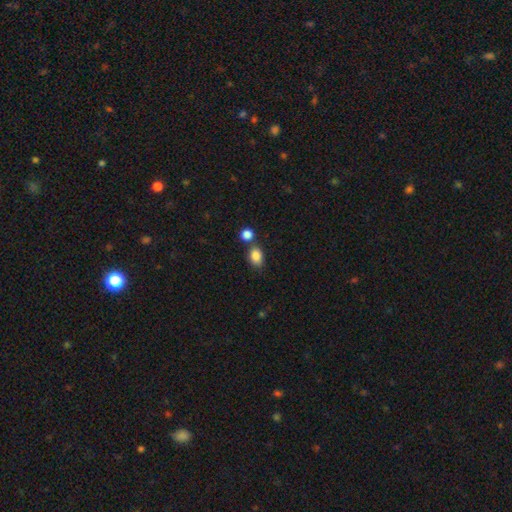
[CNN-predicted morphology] The model was most divided on "merging": none: 61%, merger: 22%, minor disturbance: 13%, major disturbance: 4%. More confident: smooth or featured — smooth (85%); how rounded — in between (69%).